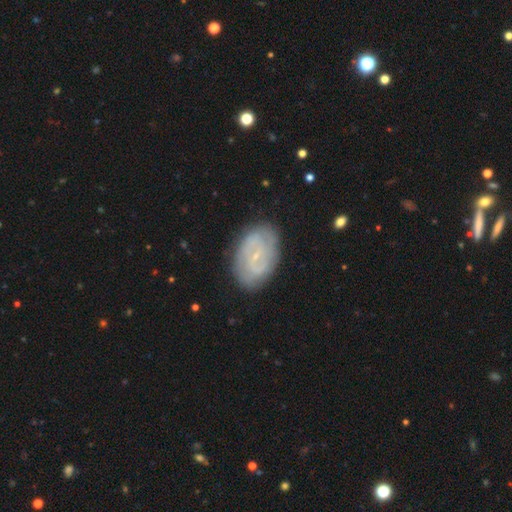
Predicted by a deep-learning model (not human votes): This is likely a featured or disk galaxy (74%). It is clearly not viewed edge-on (96%). Bar: possibly no (47%). Spiral arm pattern: clearly yes (88%). Spiral arm count: possibly 2 (54%). Spiral winding: possibly tight (54%). Central bulge: clearly small (83%). Merging: clearly none (82%).